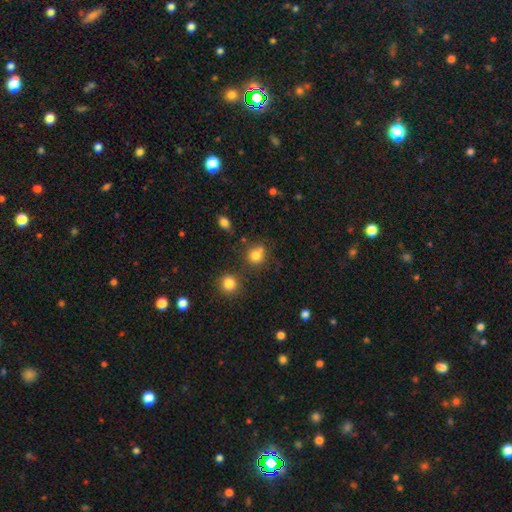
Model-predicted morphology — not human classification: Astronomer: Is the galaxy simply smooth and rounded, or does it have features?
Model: smooth — 80%.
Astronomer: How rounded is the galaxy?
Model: round — 77%.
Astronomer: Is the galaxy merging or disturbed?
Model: none — 65%.